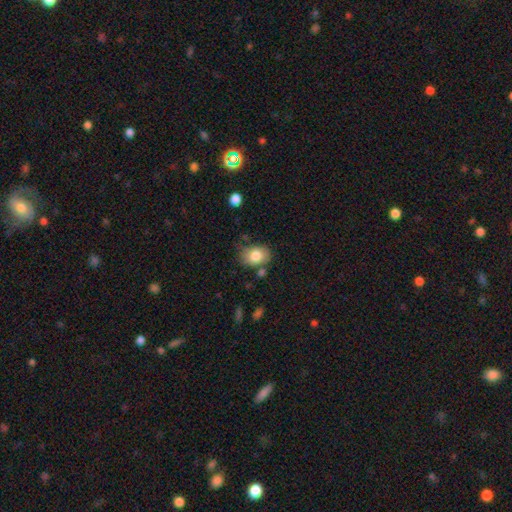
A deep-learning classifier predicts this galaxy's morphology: This appears to be a smooth galaxy with no disk features (81%) that is in between round and cigar-shaped (68%). Merging: none (69%).